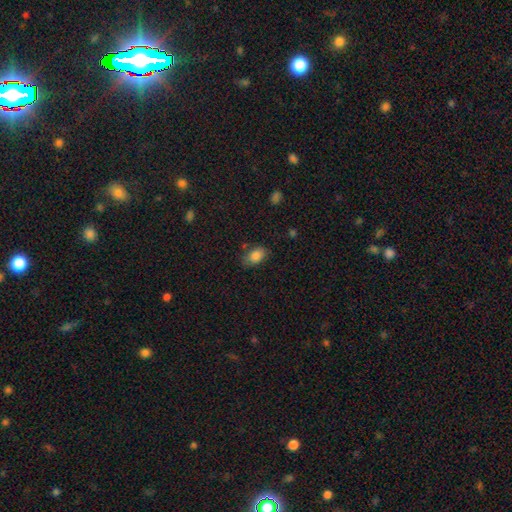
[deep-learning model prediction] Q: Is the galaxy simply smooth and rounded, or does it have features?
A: smooth — 85%.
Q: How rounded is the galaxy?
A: in between — 89%.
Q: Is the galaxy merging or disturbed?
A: none — 72%.